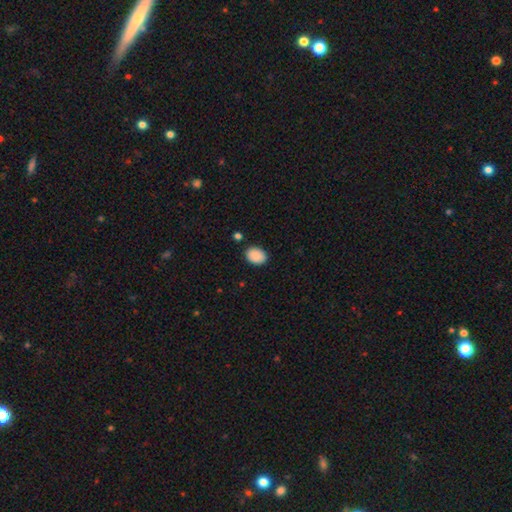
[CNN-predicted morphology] smooth-or-featured: smooth: 90% | star or artifact: 7% | featured or disk: 3%
  how-rounded: in between: 72% | round: 27% | cigar-shaped: 1%
  merging: none: 85% | minor disturbance: 10% | major disturbance: 2% | merger: 2%